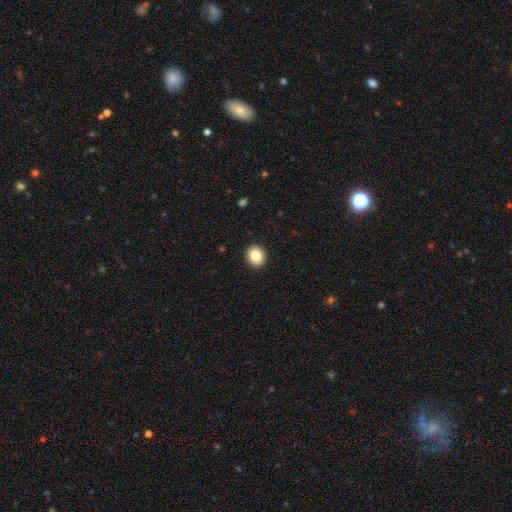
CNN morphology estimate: Overall: smooth (84%). How rounded: round (72%). Merging: none (92%).